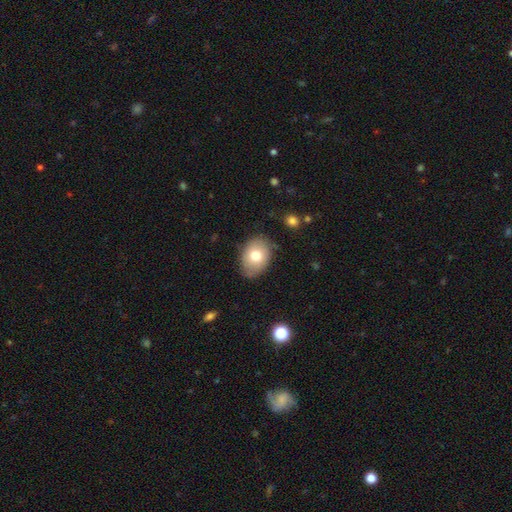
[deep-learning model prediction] Overall: smooth (74%). How rounded: in between (72%). Merging: none (77%).